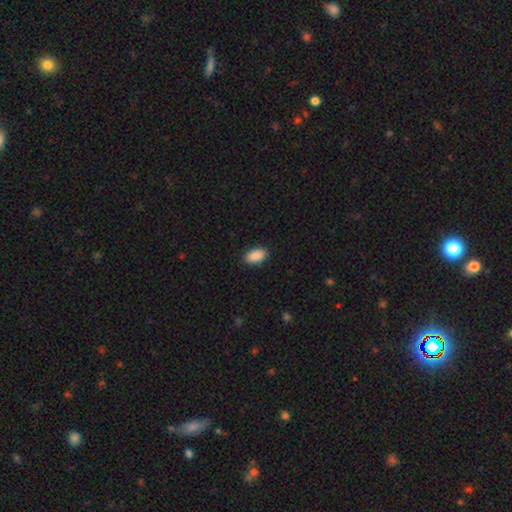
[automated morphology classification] Smooth or featured? Predicted: smooth (p=0.91). How rounded? Predicted: in between (p=0.94). Merging? Predicted: none (p=0.88).